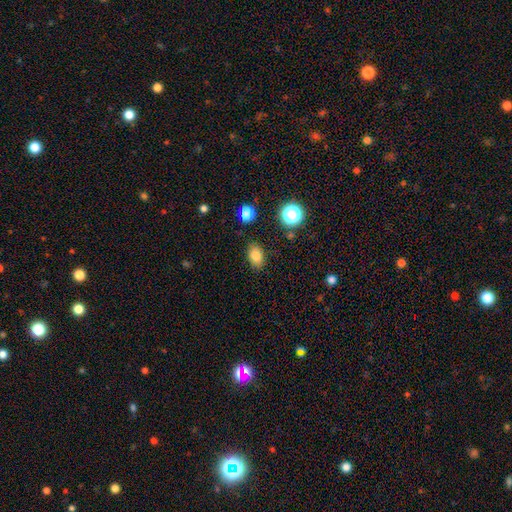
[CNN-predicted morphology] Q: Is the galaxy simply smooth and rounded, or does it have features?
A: smooth — 81%.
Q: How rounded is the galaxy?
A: in between — 81%.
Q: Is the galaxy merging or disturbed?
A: none — 85%.